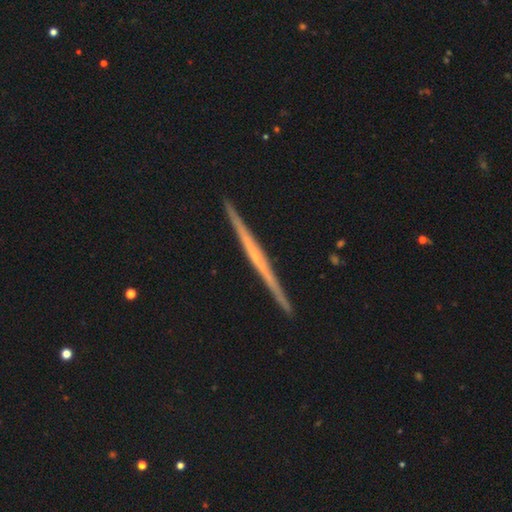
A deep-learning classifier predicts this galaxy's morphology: featured or disk 76%, smooth 18%, star or artifact 6%. Down the decision tree: edge-on disk — yes (98%); edge-on bulge — none (70%); merging — none (92%).